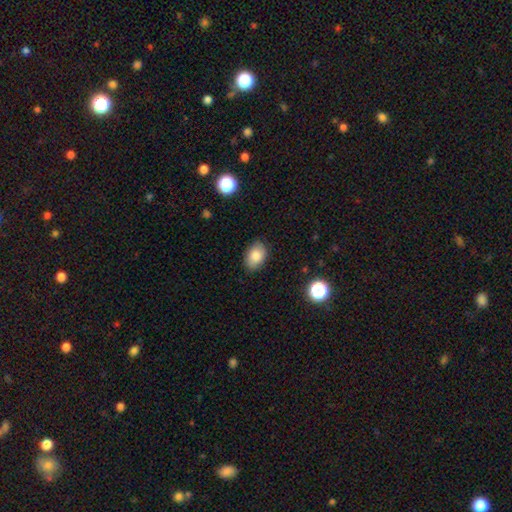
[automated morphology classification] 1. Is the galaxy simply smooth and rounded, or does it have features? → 85% smooth, 8% star or artifact, 7% featured or disk.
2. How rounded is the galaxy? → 83% in between, 15% round, 1% cigar-shaped.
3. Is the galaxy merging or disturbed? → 84% none, 12% minor disturbance, 3% major disturbance, 1% merger.